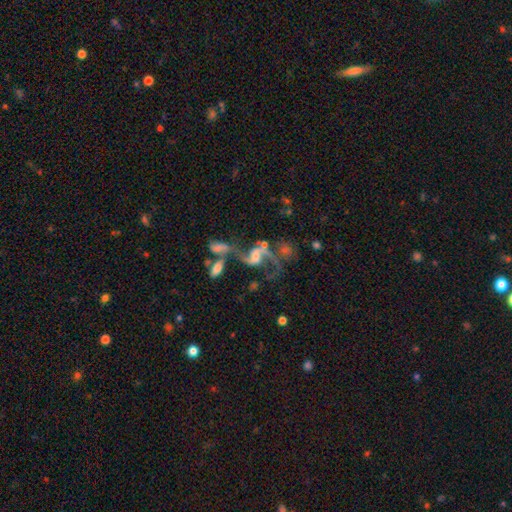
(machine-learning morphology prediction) smooth_or_featured: featured or disk (p=0.84) [alt: star or artifact p=0.08]
disk_edge_on: no (p=0.97) [alt: yes p=0.03]
bar: weak (p=0.43) [alt: no p=0.41]
has_spiral_arms: yes (p=0.93) [alt: no p=0.07]
spiral_winding: loose (p=0.72) [alt: medium p=0.23]
spiral_arm_count: 2 (p=0.87) [alt: 1 p=0.07]
bulge_size: small (p=0.42) [alt: moderate p=0.36]
merging: merger (p=0.34) [alt: none p=0.29]